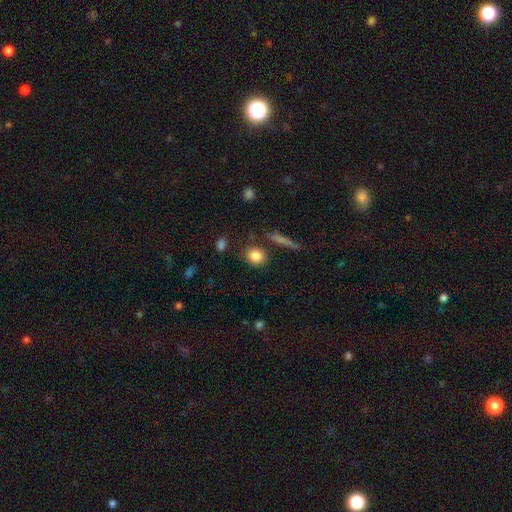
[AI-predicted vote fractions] This appears to be a smooth galaxy with no disk features (84%) that is round (68%). Merging: none (80%).